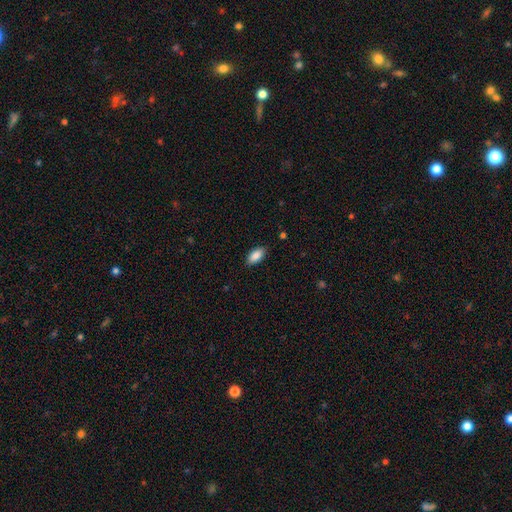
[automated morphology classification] smooth_or_featured: smooth (p=0.88) [alt: star or artifact p=0.07]
how_rounded: in between (p=0.92) [alt: cigar-shaped p=0.06]
merging: none (p=0.87) [alt: minor disturbance p=0.10]